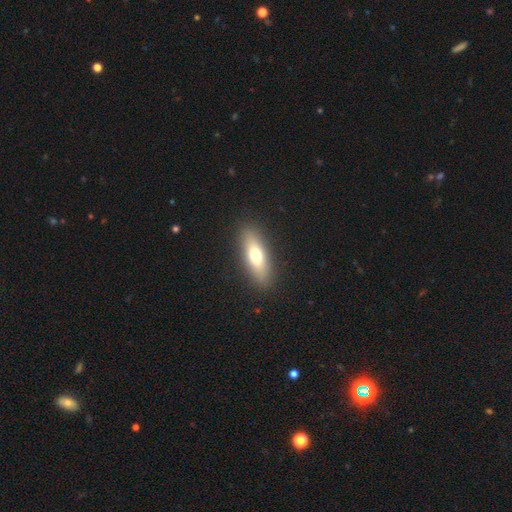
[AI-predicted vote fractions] Overall: smooth (65%; featured or disk 27%). How rounded: in between (55%; cigar-shaped 42%). Merging: none (89%).